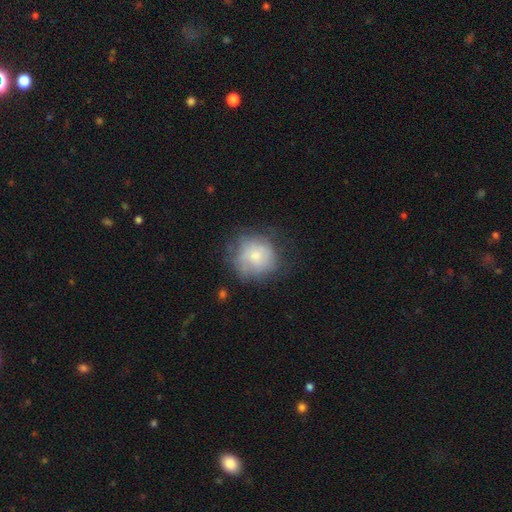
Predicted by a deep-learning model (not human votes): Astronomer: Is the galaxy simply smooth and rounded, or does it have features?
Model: smooth — 59%.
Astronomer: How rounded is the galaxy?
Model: round — 86%.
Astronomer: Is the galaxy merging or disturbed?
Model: none — 58%.